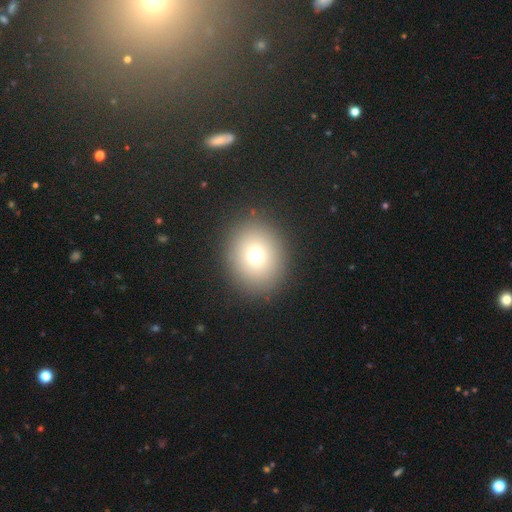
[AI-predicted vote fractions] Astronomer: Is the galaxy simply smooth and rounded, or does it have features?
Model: smooth — 72%.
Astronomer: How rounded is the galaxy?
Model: round — 71%.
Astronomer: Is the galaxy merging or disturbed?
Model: none — 89%.